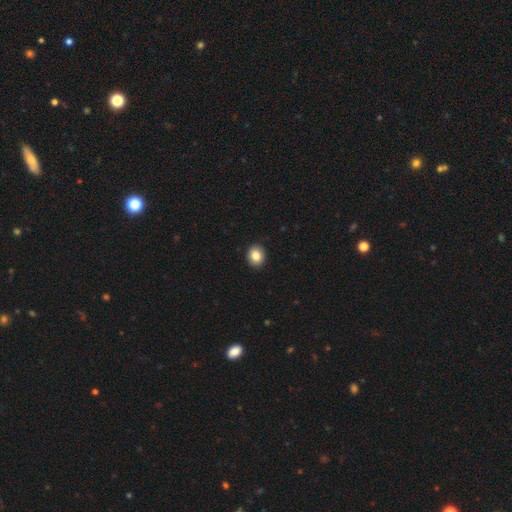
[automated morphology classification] Smooth or featured? Predicted: smooth (p=0.86). How rounded? Predicted: round (p=0.59). Merging? Predicted: none (p=0.91).